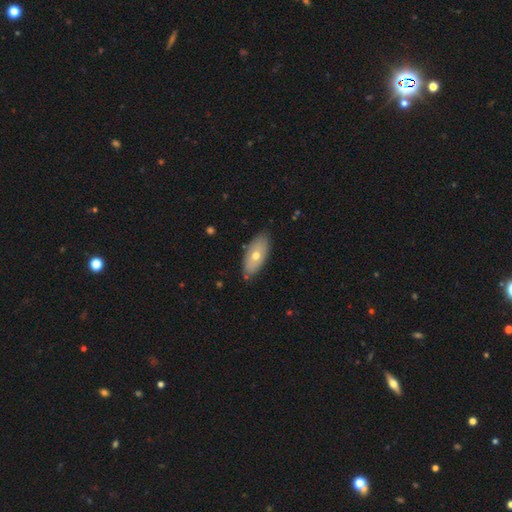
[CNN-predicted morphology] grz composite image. It shows a smooth galaxy with no disk features (62%) that is in between round and cigar-shaped (89%). Merging: none (80%).